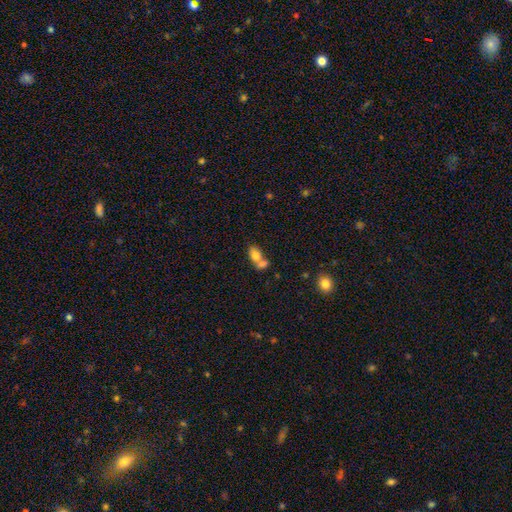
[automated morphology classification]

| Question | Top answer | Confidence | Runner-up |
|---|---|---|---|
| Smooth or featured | smooth | 76% | featured or disk (15%) |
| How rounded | in between | 80% | round (18%) |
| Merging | merger | 64% | none (24%) |